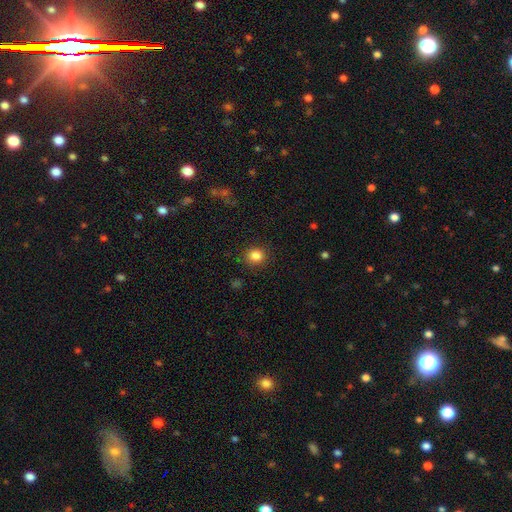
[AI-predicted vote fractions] smooth 84%, star or artifact 11%, featured or disk 5%. Down the decision tree: how rounded — round (85%); merging — none (88%).